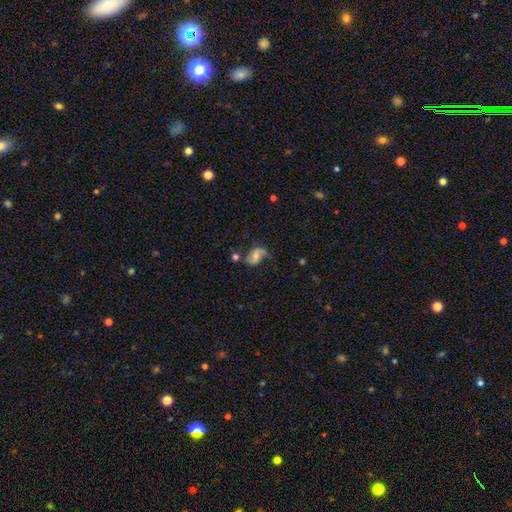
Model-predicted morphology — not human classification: smooth-or-featured: featured or disk: 49% | smooth: 42% | star or artifact: 9%
  merging: none: 49% | minor disturbance: 29% | major disturbance: 14% | merger: 9%